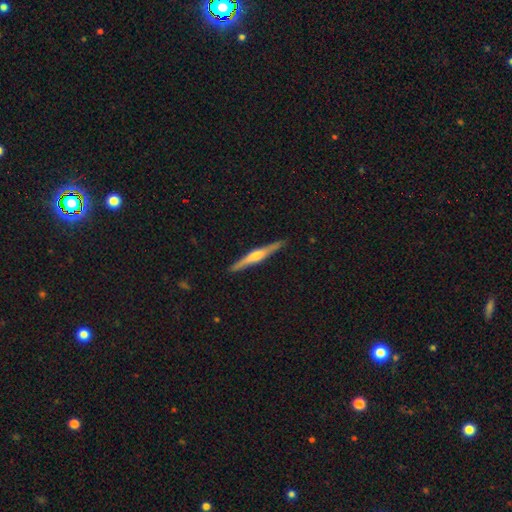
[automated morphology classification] Overall: featured or disk (72%). Edge-on disk: yes (98%). Edge-on bulge: rounded (82%). Merging: none (91%).